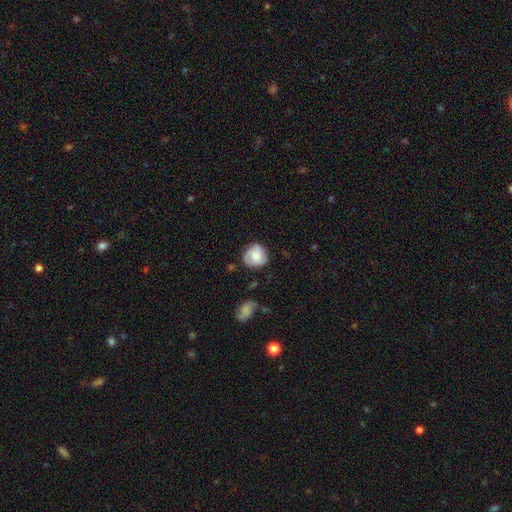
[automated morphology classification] Smooth or featured?
  - smooth: 67% *
  - featured or disk: 25%
  - star or artifact: 7%
How rounded?
  - round: 85% *
  - in between: 14%
  - cigar-shaped: 1%
Merging?
  - none: 72% *
  - minor disturbance: 20%
  - major disturbance: 5%
  - merger: 2%